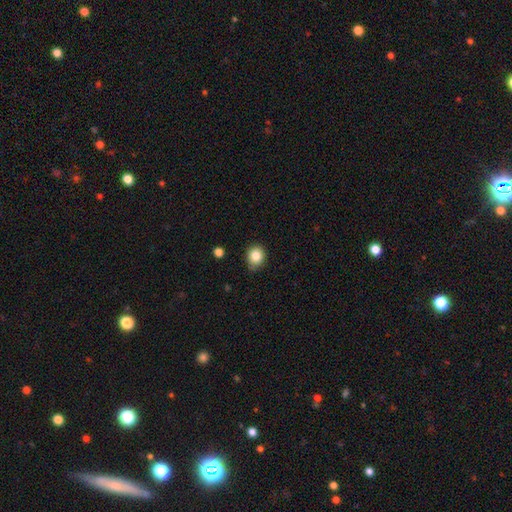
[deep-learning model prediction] The model was most divided on "how rounded": round: 72%, in between: 27%, cigar-shaped: 1%. More confident: smooth or featured — smooth (84%); merging — none (80%).